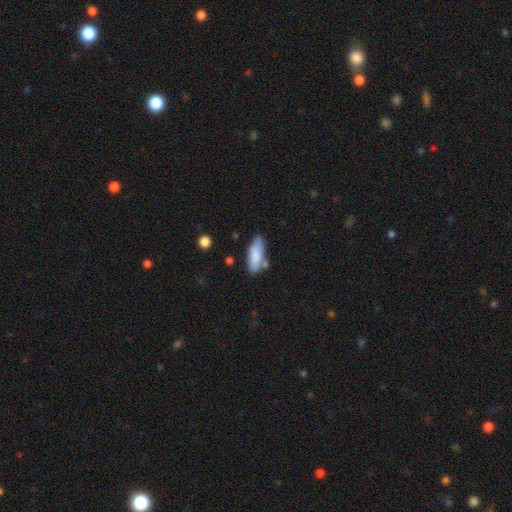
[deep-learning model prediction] A smooth galaxy with no disk features (78%) that is in between round and cigar-shaped (62%).

Vote fractions:
- Smooth or featured? smooth: 78% / featured or disk: 15% / star or artifact: 6%
- How rounded? in between: 62% / cigar-shaped: 36% / round: 2%
- Merging? none: 64% / minor disturbance: 21% / merger: 11% / major disturbance: 5%